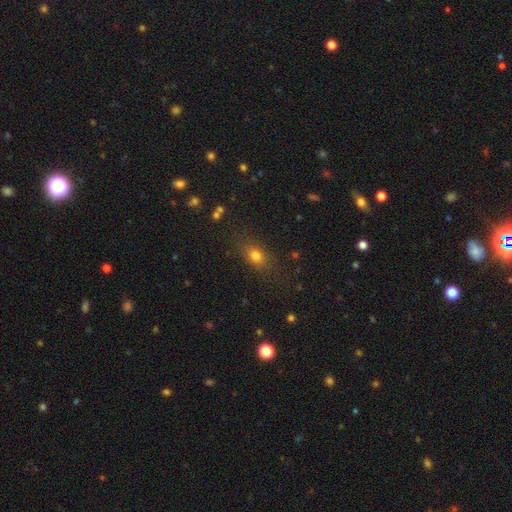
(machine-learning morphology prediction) type=smooth (77%); roundness=in between (68%); merging=none (78%).